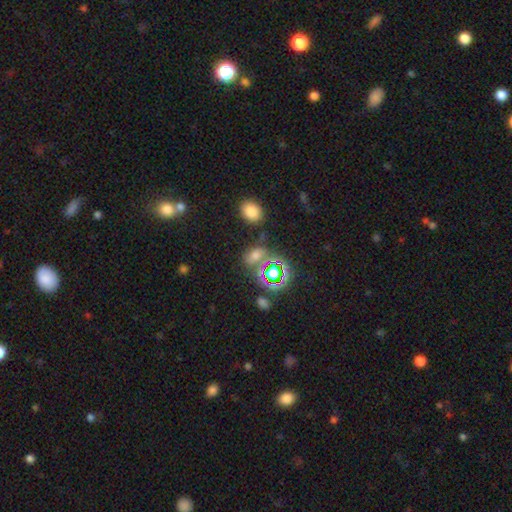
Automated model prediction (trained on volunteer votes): A star or artifact, not a galaxy (48%).

Vote fractions:
- Smooth or featured? star or artifact: 48% / smooth: 40% / featured or disk: 12%